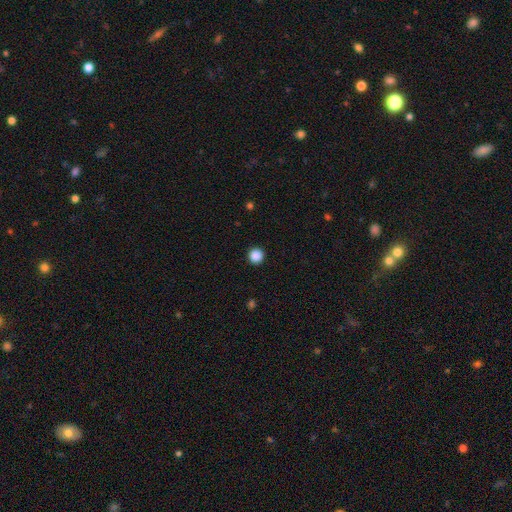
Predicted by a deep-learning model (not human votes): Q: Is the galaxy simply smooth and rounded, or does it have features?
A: smooth — 88%.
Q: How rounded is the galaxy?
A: round — 95%.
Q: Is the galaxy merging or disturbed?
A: none — 93%.